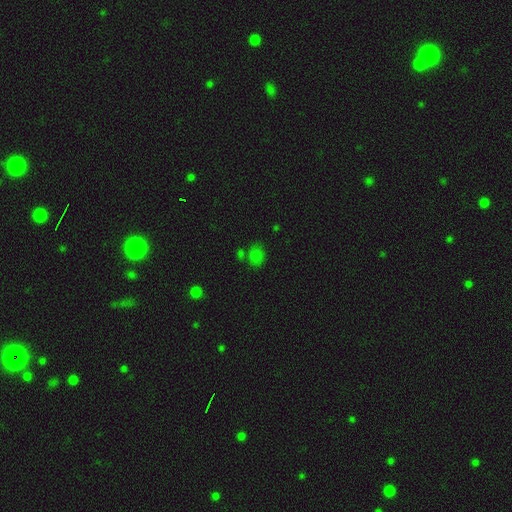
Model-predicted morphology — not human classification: Smooth or featured?
  - smooth: 69% *
  - star or artifact: 25%
  - featured or disk: 7%
How rounded?
  - round: 51% *
  - in between: 48%
  - cigar-shaped: 2%
Merging?
  - none: 61% *
  - minor disturbance: 16%
  - merger: 16%
  - major disturbance: 7%